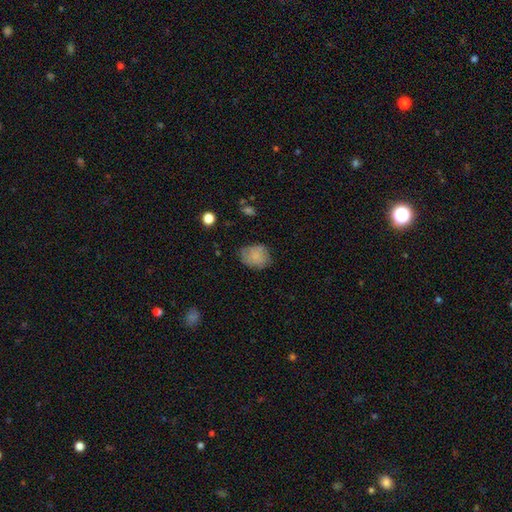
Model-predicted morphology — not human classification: smooth_or_featured: smooth (p=0.77) [alt: featured or disk p=0.15]
how_rounded: in between (p=0.50) [alt: round p=0.49]
merging: none (p=0.67) [alt: minor disturbance p=0.25]